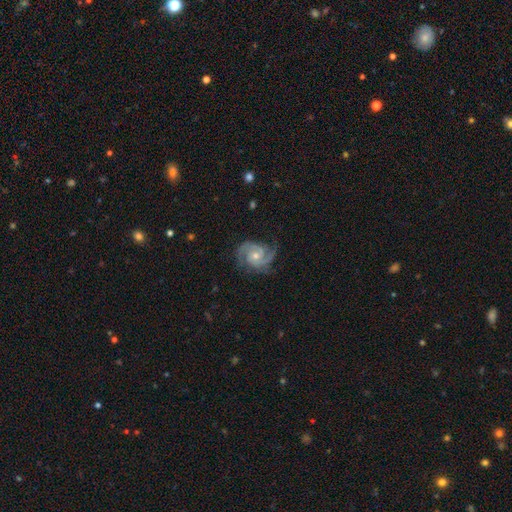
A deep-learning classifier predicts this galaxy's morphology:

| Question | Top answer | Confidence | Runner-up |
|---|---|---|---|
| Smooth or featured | featured or disk | 90% | smooth (5%) |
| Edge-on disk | no | 98% | yes (2%) |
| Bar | no | 67% | weak (28%) |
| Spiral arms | yes | 98% | no (2%) |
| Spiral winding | medium | 47% | tight (44%) |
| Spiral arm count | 2 | 65% | 3 (21%) |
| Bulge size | moderate | 50% | small (46%) |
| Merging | none | 75% | minor disturbance (18%) |